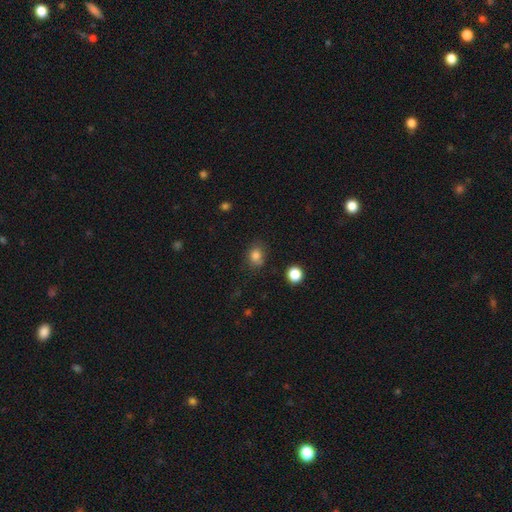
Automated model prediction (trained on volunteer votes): The model was most divided on "how rounded": round: 56%, in between: 43%, cigar-shaped: 1%. More confident: smooth or featured — smooth (81%); merging — none (72%).